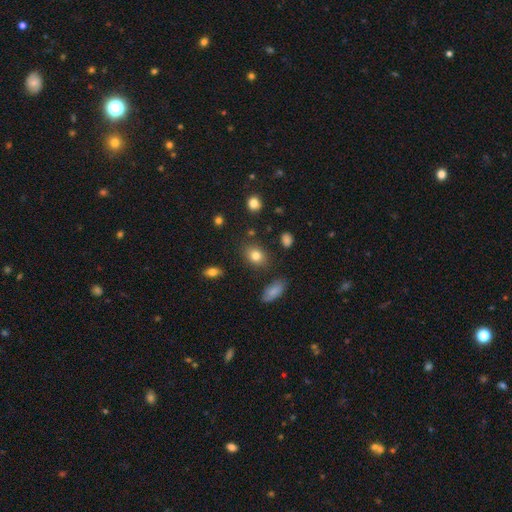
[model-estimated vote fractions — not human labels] Q: Smooth or featured?
A: smooth (80%); runner-up: star or artifact (11%)
Q: How rounded?
A: in between (64%); runner-up: round (34%)
Q: Merging?
A: none (82%); runner-up: minor disturbance (11%)